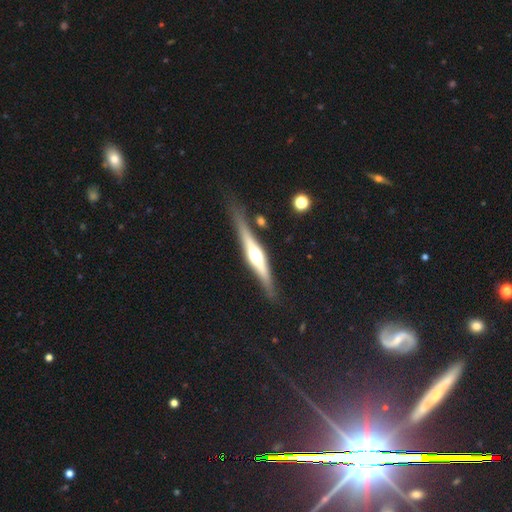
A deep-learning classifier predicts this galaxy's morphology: Smooth or featured? featured or disk (73%)
Edge-on disk? yes (97%)
Edge-on bulge? rounded (92%)
Merging? none (82%)